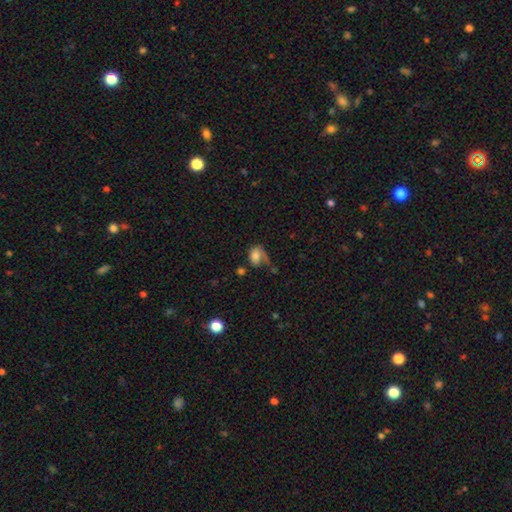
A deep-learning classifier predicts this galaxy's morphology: Overall: smooth (61%; featured or disk 29%). How rounded: in between (72%). Merging: none (33%, tied with major disturbance).